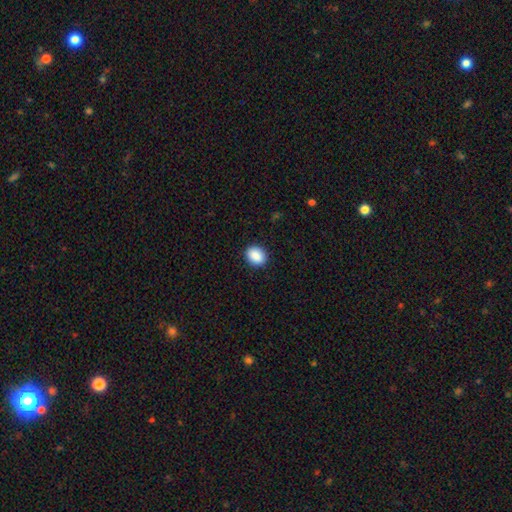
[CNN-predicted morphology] smooth_or_featured: smooth (p=0.90) [alt: star or artifact p=0.08]
how_rounded: round (p=0.52) [alt: in between p=0.47]
merging: none (p=0.91) [alt: minor disturbance p=0.06]